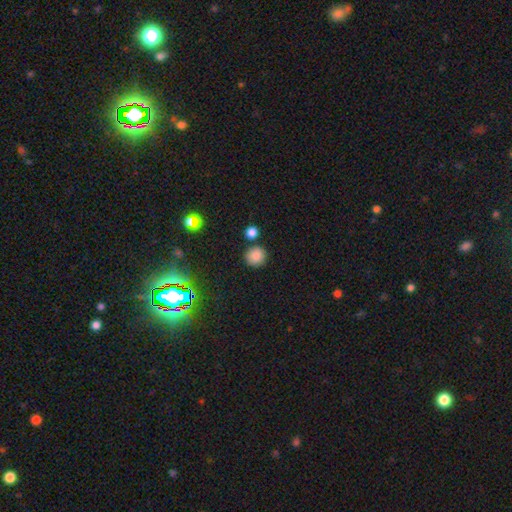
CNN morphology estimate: type=smooth (83%); roundness=round (91%); merging=none (82%).